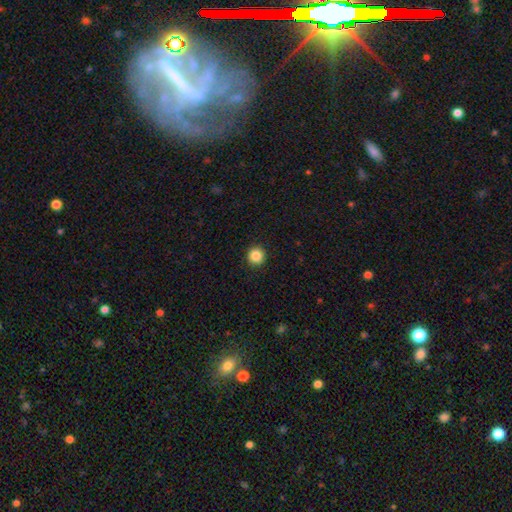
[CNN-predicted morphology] Smooth or featured? smooth (87%)
How rounded? round (95%)
Merging? none (93%)